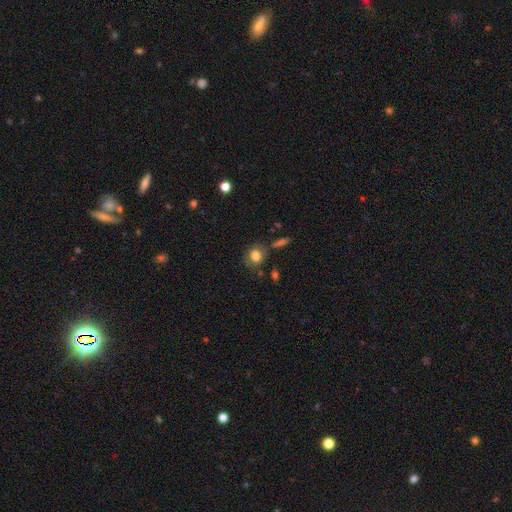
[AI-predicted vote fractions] smooth_or_featured: smooth (p=0.77) [alt: featured or disk p=0.13]
how_rounded: round (p=0.64) [alt: in between p=0.34]
merging: none (p=0.68) [alt: minor disturbance p=0.18]